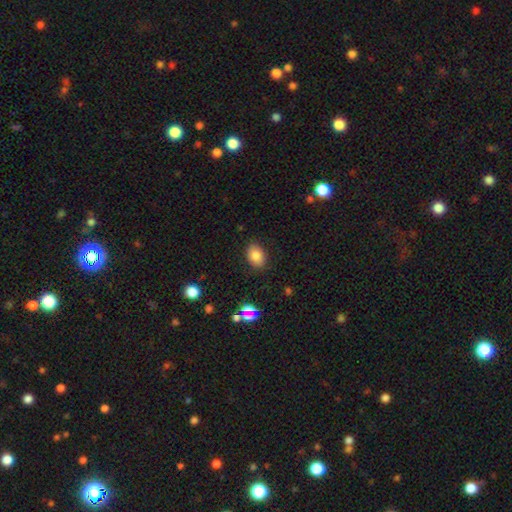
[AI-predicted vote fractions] smooth-or-featured: smooth: 82% | star or artifact: 11% | featured or disk: 7%
  how-rounded: in between: 77% | round: 22% | cigar-shaped: 1%
  merging: none: 86% | minor disturbance: 10% | major disturbance: 3% | merger: 1%